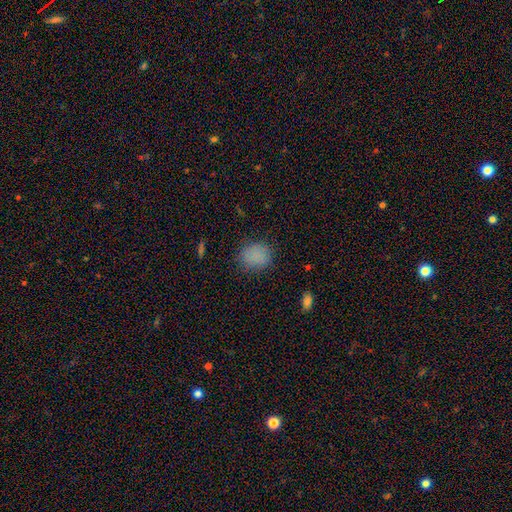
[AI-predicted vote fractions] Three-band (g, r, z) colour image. It shows a smooth galaxy with no disk features (84%) that is round (64%). Merging: none (82%).